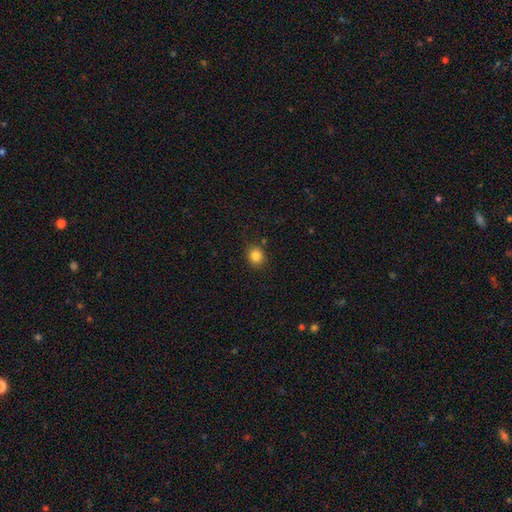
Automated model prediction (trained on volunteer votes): This appears to be a smooth galaxy with no disk features (84%) that is round (81%). Merging: none (87%).